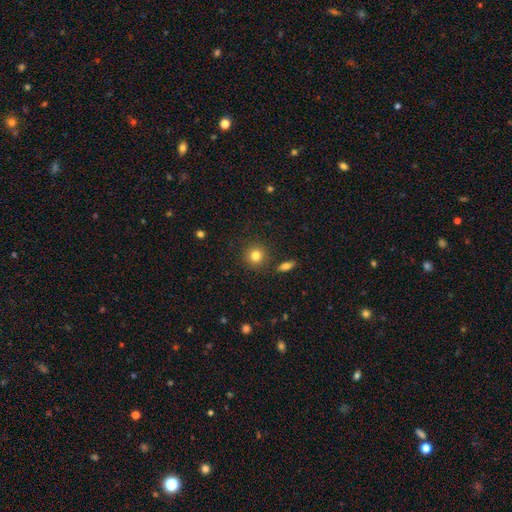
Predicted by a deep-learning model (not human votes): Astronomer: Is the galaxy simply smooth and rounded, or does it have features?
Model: smooth — 82%.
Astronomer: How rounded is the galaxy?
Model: round — 91%.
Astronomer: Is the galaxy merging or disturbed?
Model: none — 87%.